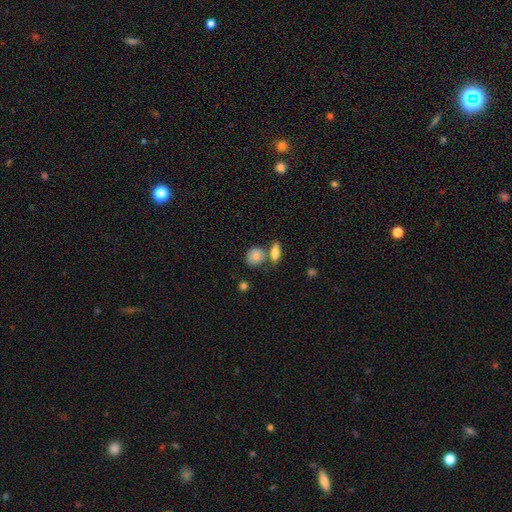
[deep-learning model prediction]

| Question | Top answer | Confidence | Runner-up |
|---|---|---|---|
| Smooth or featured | smooth | 80% | featured or disk (13%) |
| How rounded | round | 60% | in between (37%) |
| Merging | none | 57% | merger (25%) |